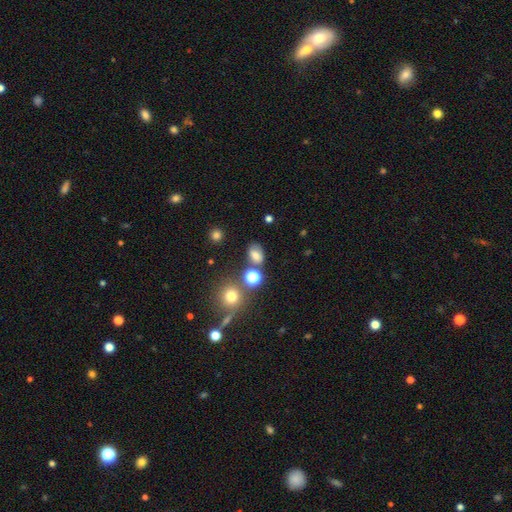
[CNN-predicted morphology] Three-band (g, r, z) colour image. It shows a smooth galaxy with no disk features (69%) that is in between round and cigar-shaped (73%). Merging: none (64%).